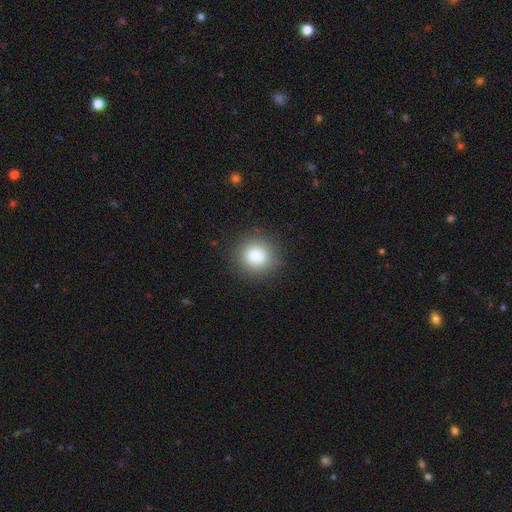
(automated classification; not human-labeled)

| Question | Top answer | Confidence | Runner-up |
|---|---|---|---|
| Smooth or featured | smooth | 81% | star or artifact (11%) |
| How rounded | round | 86% | in between (13%) |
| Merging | none | 88% | minor disturbance (8%) |